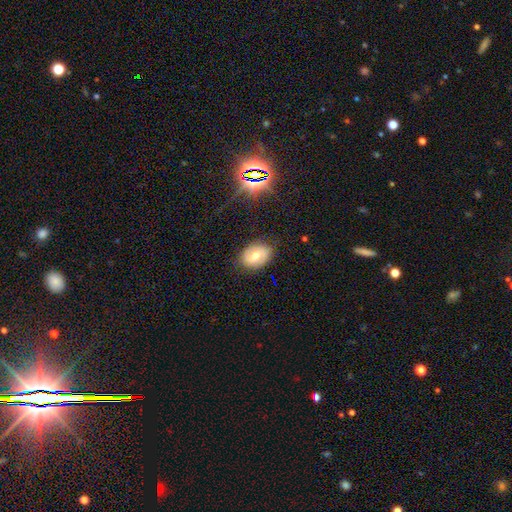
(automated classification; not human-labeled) Smooth or featured: smooth — 48% (featured or disk — 42%)
Merging: none — 82% (minor disturbance — 13%)